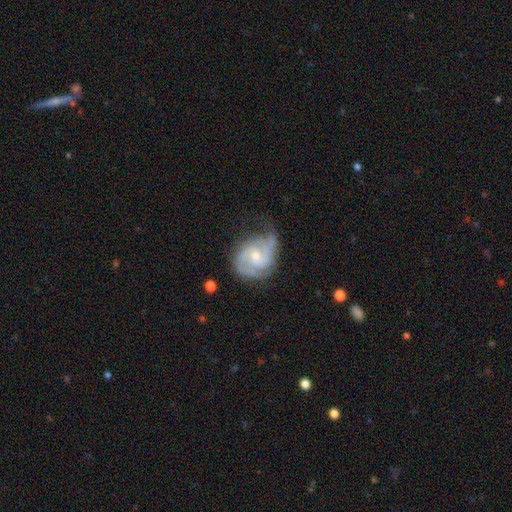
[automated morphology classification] Smooth or featured?
  - featured or disk: 88% *
  - smooth: 8%
  - star or artifact: 5%
Edge-on disk?
  - no: 98% *
  - yes: 2%
Bar?
  - weak: 47% *
  - no: 45%
  - strong: 8%
Spiral arms?
  - yes: 97% *
  - no: 3%
Spiral winding?
  - medium: 45% * (tied)
  - tight: 45% * (tied)
  - loose: 10%
Spiral arm count?
  - 2: 73% *
  - 3: 12%
  - can't tell: 8%
  - 1: 3%
  - 4: 2%
  - more than 4: 2%
Bulge size?
  - small: 51% *
  - moderate: 45%
  - none: 2%
  - large: 2%
  - dominant: 1%
Merging?
  - none: 59% *
  - minor disturbance: 27%
  - major disturbance: 12%
  - merger: 2%